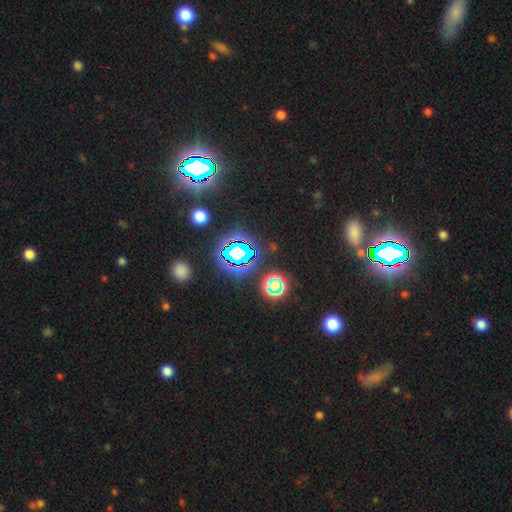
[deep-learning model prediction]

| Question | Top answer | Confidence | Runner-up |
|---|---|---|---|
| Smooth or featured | star or artifact | 76% | smooth (16%) |